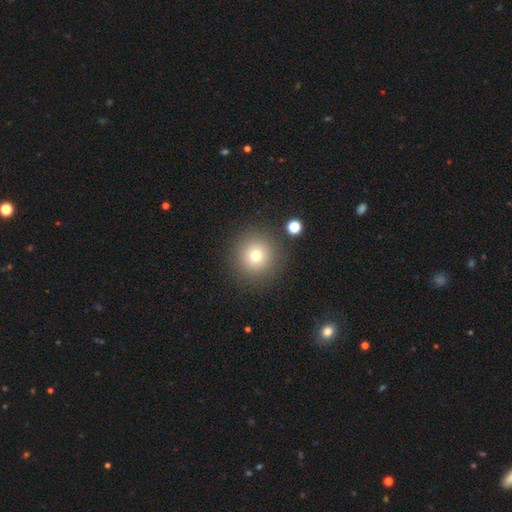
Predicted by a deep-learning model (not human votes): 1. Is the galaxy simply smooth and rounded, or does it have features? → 74% smooth, 15% star or artifact, 11% featured or disk.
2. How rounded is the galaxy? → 95% round, 5% in between, 1% cigar-shaped.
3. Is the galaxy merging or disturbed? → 87% none, 7% minor disturbance, 3% major disturbance, 3% merger.